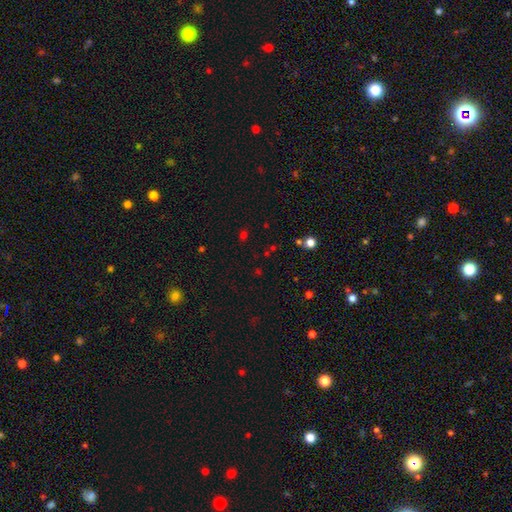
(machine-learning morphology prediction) Smooth or featured? Predicted: star or artifact (p=0.51).